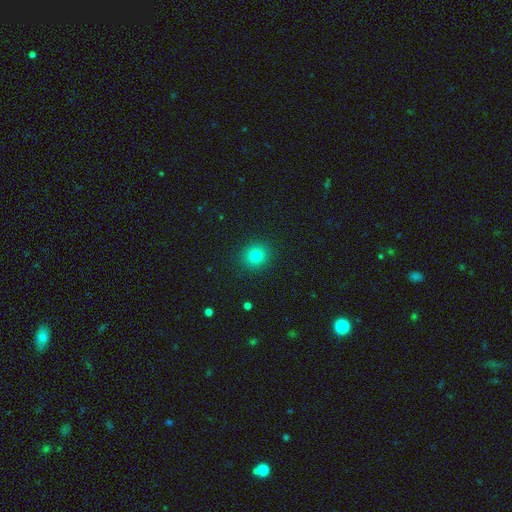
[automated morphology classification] This is likely a smooth galaxy (80%). How rounded: clearly round (88%). Merging: clearly none (91%).